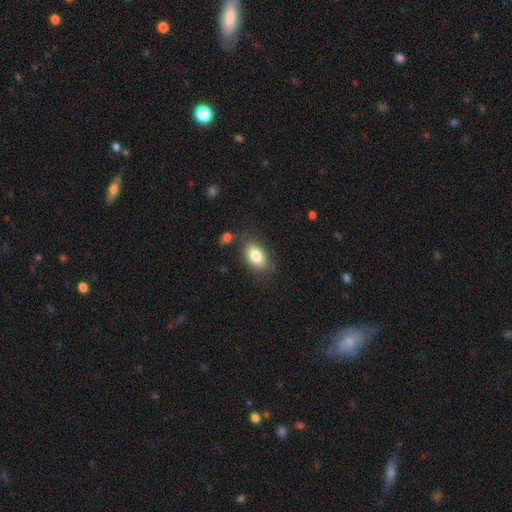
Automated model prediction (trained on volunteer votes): Smooth or featured? smooth (81%)
How rounded? in between (87%)
Merging? none (72%)